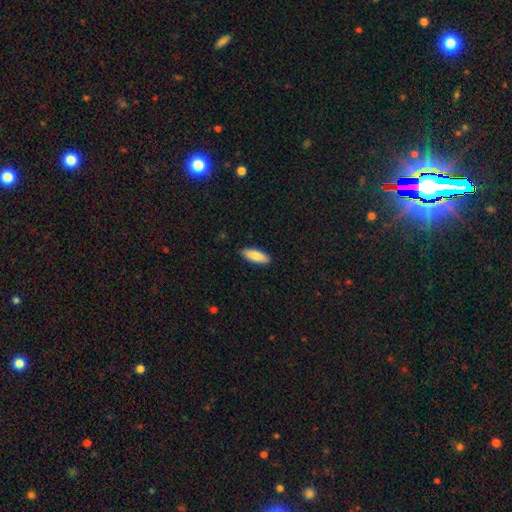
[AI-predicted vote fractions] Morphology: type=smooth (87%); roundness=in between (69%); merging=none (89%).